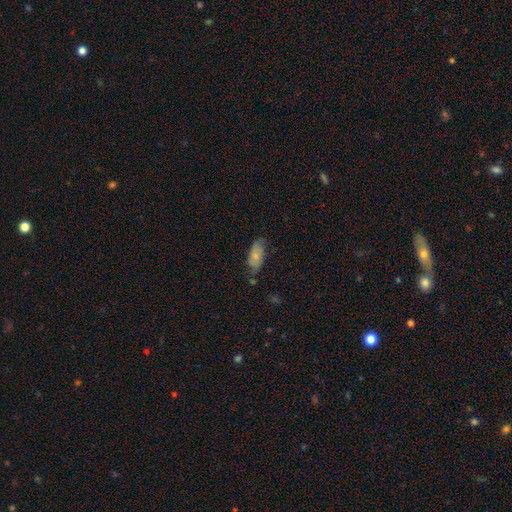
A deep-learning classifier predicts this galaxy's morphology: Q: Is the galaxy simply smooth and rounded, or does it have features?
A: smooth — 75%.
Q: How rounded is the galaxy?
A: in between — 87%.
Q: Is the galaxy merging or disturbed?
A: none — 62%.